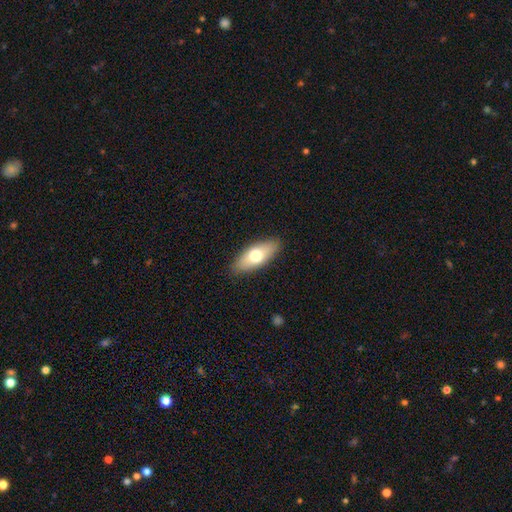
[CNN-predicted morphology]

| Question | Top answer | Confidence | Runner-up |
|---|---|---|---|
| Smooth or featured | smooth | 67% | featured or disk (27%) |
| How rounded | in between | 77% | cigar-shaped (20%) |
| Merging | none | 88% | minor disturbance (9%) |